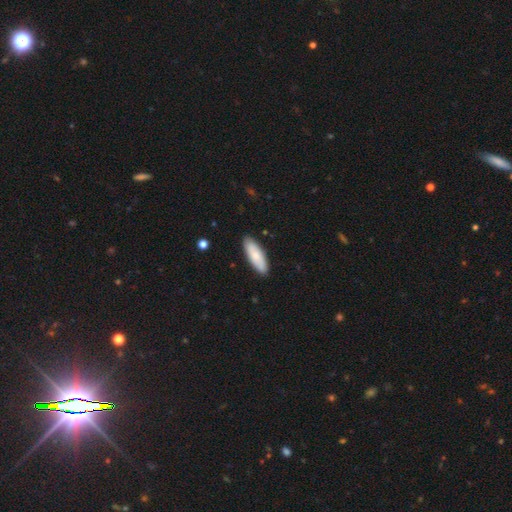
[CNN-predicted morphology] Smooth or featured: smooth — 79% (featured or disk — 16%)
How rounded: in between — 62% (cigar-shaped — 36%)
Merging: none — 88% (minor disturbance — 9%)